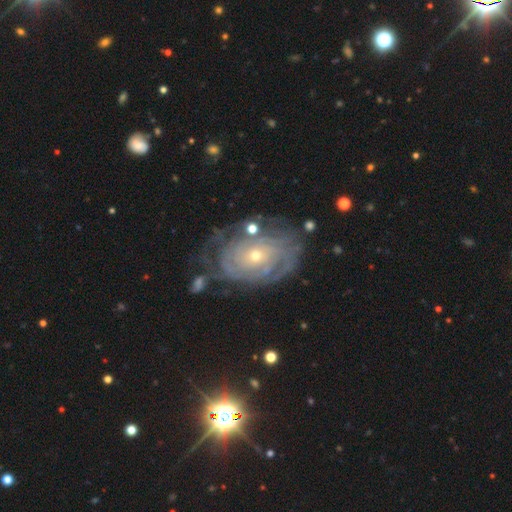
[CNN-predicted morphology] The model was most divided on "spiral arm count": can't tell: 47%, 4: 13%, 2: 12%, 3: 12%, more than 4: 10%, 1: 6%. More confident: edge-on disk — no (96%); spiral arms — yes (91%); smooth or featured — featured or disk (84%); bar — no (82%); spiral winding — tight (80%); bulge size — small (70%); merging — none (61%).